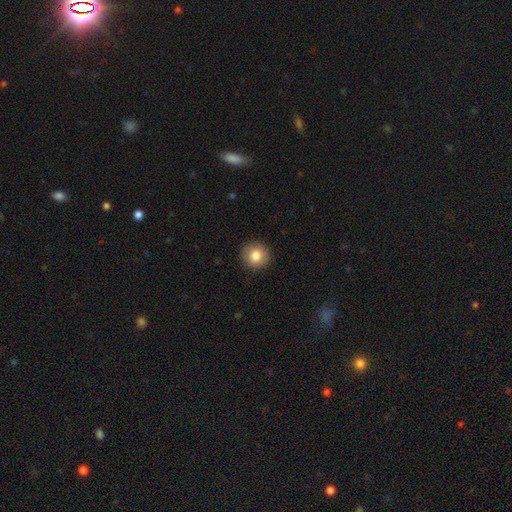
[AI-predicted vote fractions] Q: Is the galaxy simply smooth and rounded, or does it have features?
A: smooth — 82%.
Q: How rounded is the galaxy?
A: round — 94%.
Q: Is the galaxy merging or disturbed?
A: none — 92%.